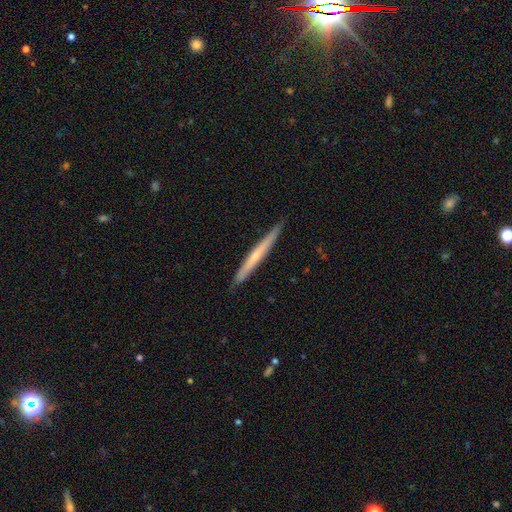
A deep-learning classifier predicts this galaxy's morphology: Q: Smooth or featured?
A: featured or disk (51%); runner-up: smooth (44%)
Q: Edge-on disk?
A: yes (96%); runner-up: no (4%)
Q: Merging?
A: none (88%); runner-up: minor disturbance (9%)